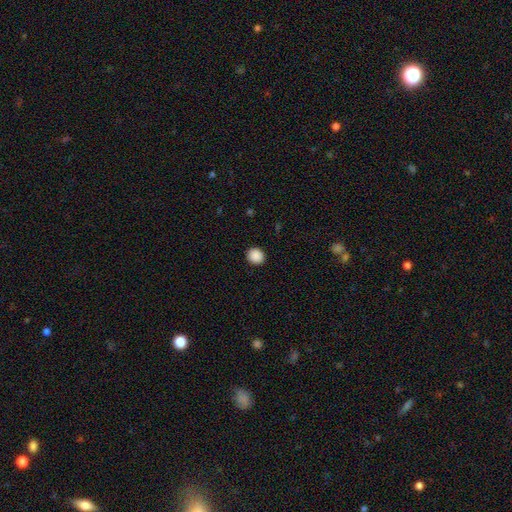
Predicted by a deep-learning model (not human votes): This is clearly a smooth galaxy (89%). How rounded: clearly round (84%). Merging: clearly none (92%).